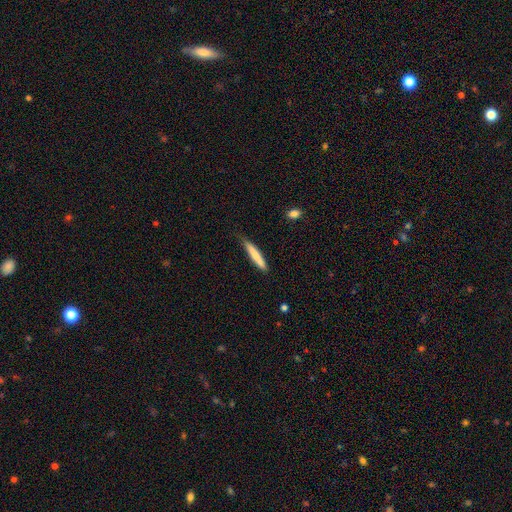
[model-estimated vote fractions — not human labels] The model was most divided on "smooth or featured": smooth: 75%, featured or disk: 19%, star or artifact: 5%. More confident: how rounded — cigar-shaped (94%); merging — none (76%).